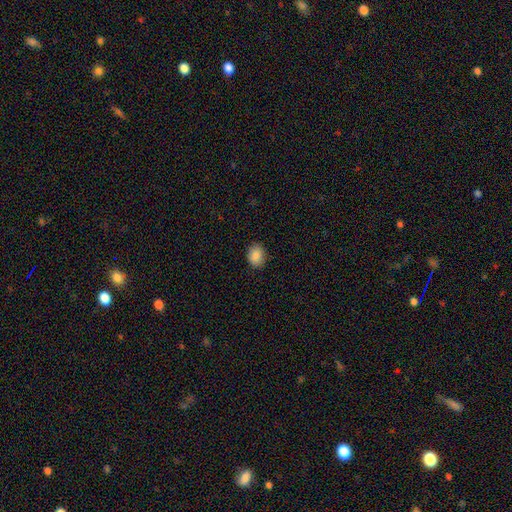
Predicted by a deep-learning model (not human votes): This appears to be a smooth galaxy with no disk features (88%) that is in between round and cigar-shaped (58%). Merging: none (86%).